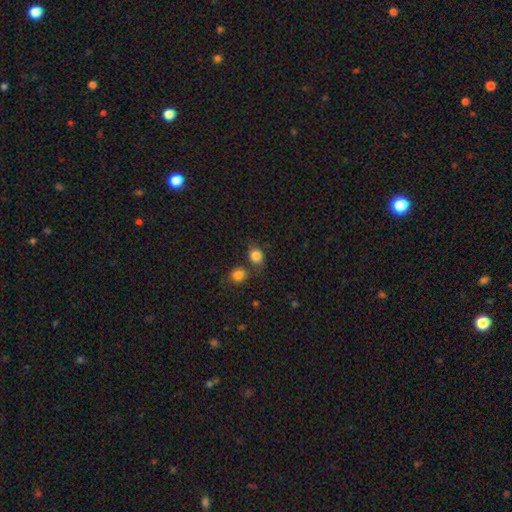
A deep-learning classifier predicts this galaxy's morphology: smooth-or-featured: smooth: 83% | star or artifact: 10% | featured or disk: 6%
  how-rounded: round: 55% | in between: 43% | cigar-shaped: 1%
  merging: none: 60% | merger: 20% | minor disturbance: 15% | major disturbance: 5%